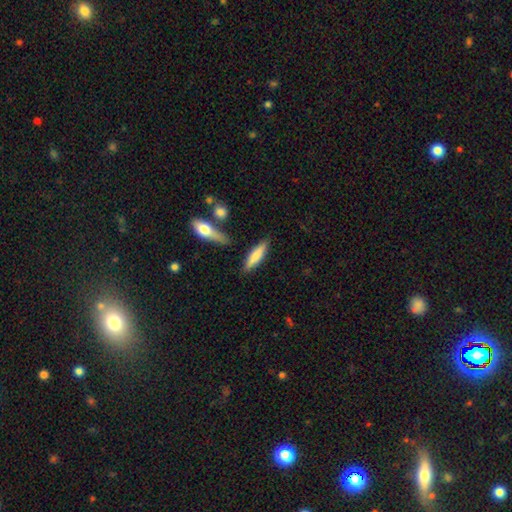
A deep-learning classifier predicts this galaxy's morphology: This appears to be a smooth galaxy with no disk features (75%) that is cigar-shaped (72%). Merging: none (80%).